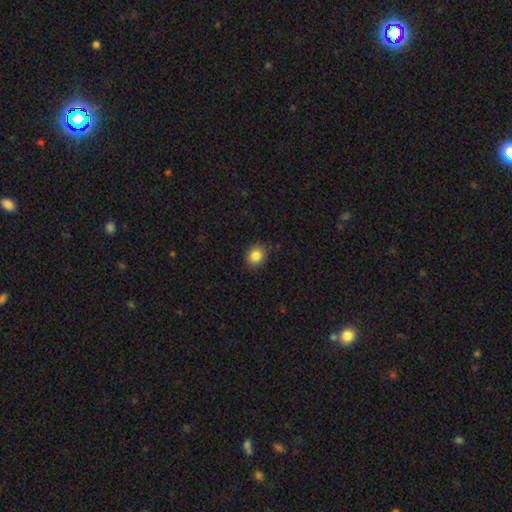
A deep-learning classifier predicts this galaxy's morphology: A smooth galaxy with no disk features (85%) that is round (60%). Merging: none (86%).